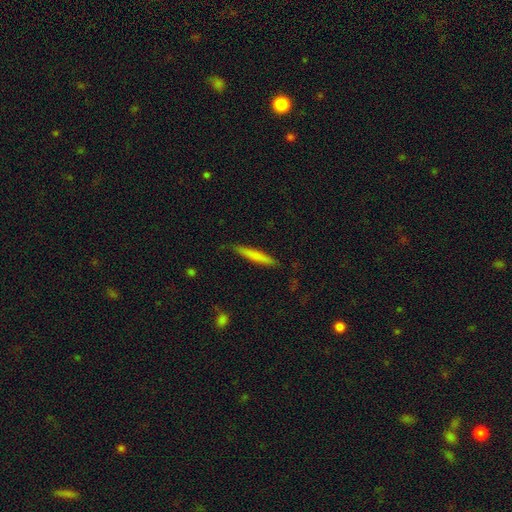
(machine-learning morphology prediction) smooth-or-featured: smooth: 72% | featured or disk: 23% | star or artifact: 6%
  how-rounded: cigar-shaped: 95% | in between: 4% | round: 1%
  merging: none: 85% | minor disturbance: 12% | major disturbance: 2% | merger: 1%